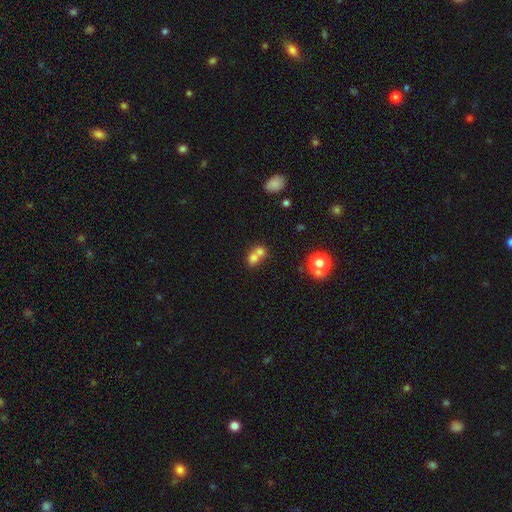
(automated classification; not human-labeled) Smooth or featured? smooth (68%)
How rounded? round (63%)
Merging? merger (68%)